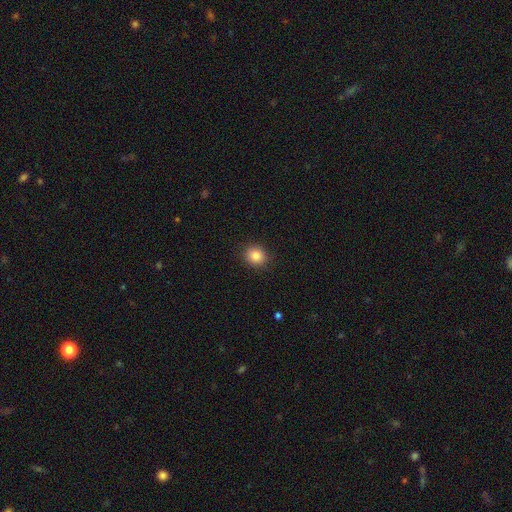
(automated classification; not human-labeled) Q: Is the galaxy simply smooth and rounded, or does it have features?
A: smooth — 85%.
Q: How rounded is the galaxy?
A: round — 81%.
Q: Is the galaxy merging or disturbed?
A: none — 90%.